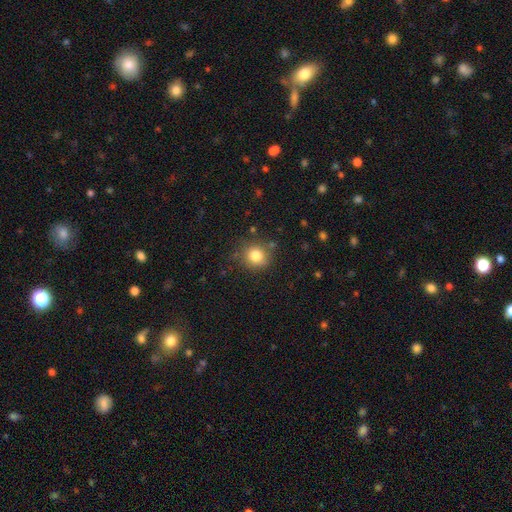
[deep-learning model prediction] Q: Smooth or featured?
A: smooth (81%); runner-up: star or artifact (12%)
Q: How rounded?
A: round (87%); runner-up: in between (12%)
Q: Merging?
A: none (83%); runner-up: minor disturbance (10%)